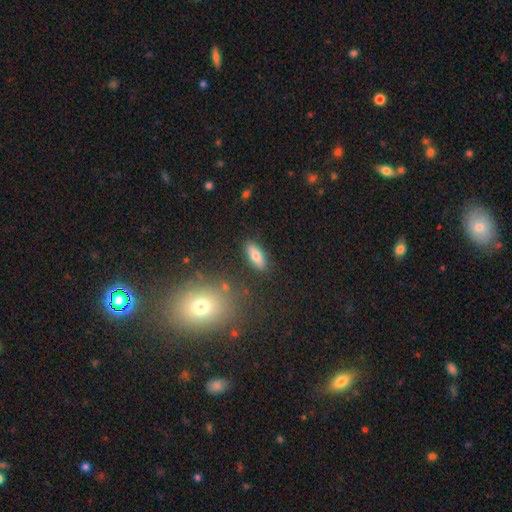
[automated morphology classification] Smooth or featured? Predicted: smooth (p=0.76). How rounded? Predicted: in between (p=0.71). Merging? Predicted: none (p=0.86).